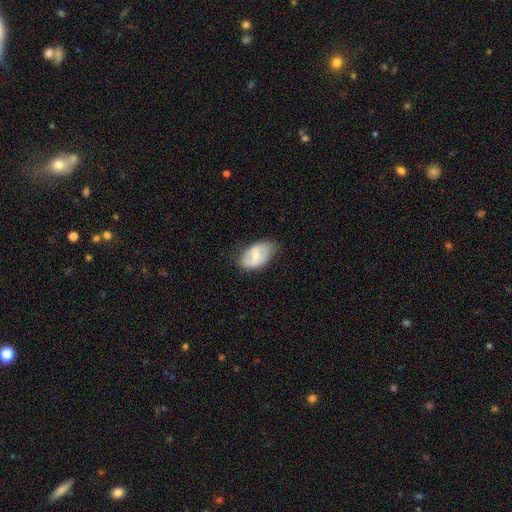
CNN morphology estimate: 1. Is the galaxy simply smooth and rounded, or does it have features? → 52% smooth, 42% featured or disk, 6% star or artifact.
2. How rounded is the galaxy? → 92% in between, 7% round, 2% cigar-shaped.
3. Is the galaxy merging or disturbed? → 71% none, 23% minor disturbance, 5% major disturbance, 1% merger.